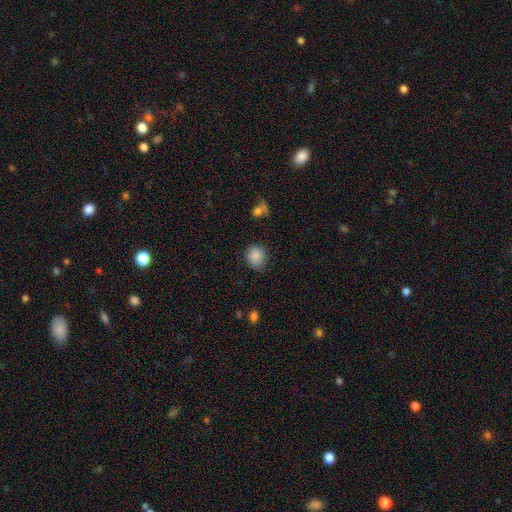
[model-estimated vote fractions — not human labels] smooth-or-featured: smooth: 86% | star or artifact: 9% | featured or disk: 5%
  how-rounded: round: 73% | in between: 26% | cigar-shaped: 1%
  merging: none: 81% | minor disturbance: 14% | major disturbance: 3% | merger: 2%